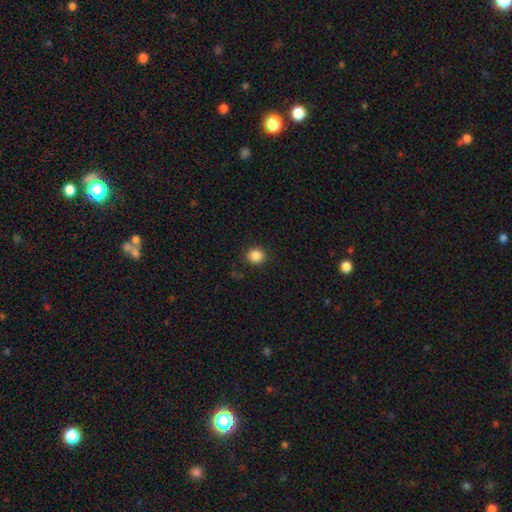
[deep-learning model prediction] Smooth or featured? Predicted: smooth (p=0.86). How rounded? Predicted: round (p=0.86). Merging? Predicted: none (p=0.90).